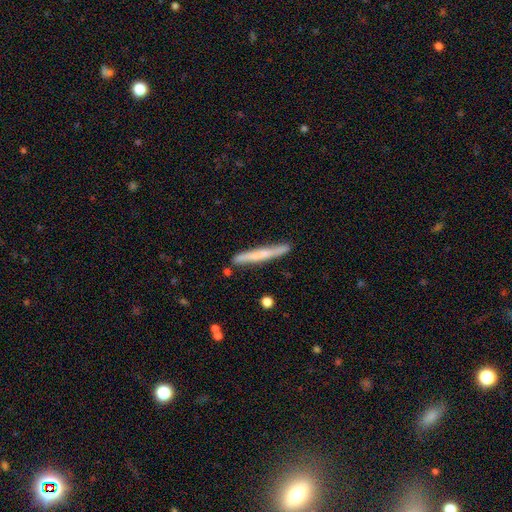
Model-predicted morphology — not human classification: Q: Smooth or featured?
A: smooth (54%); runner-up: featured or disk (40%)
Q: How rounded?
A: cigar-shaped (96%); runner-up: in between (2%)
Q: Merging?
A: none (86%); runner-up: minor disturbance (11%)